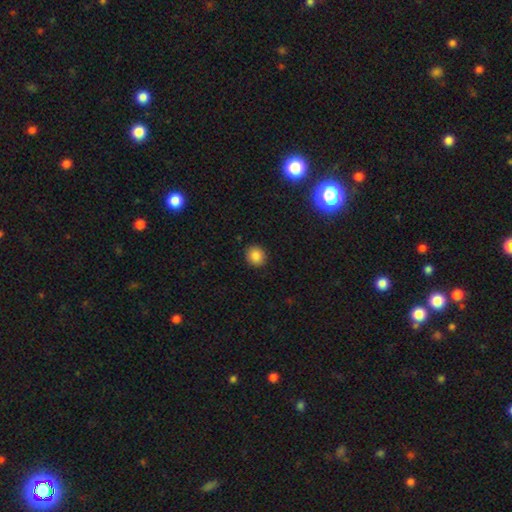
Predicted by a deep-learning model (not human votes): A smooth galaxy with no disk features (85%) that is round (82%).

Vote fractions:
- Smooth or featured? smooth: 85% / star or artifact: 11% / featured or disk: 4%
- How rounded? round: 82% / in between: 17% / cigar-shaped: 1%
- Merging? none: 90% / minor disturbance: 7% / major disturbance: 2% / merger: 1%